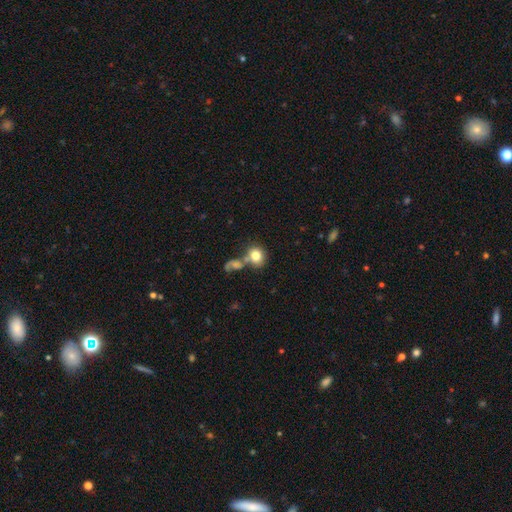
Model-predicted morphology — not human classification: smooth_or_featured: smooth (p=0.79) [alt: featured or disk p=0.12]
how_rounded: round (p=0.64) [alt: in between p=0.35]
merging: none (p=0.48) [alt: merger p=0.34]